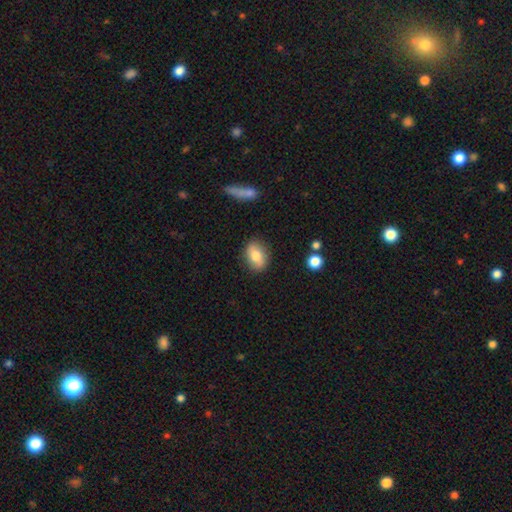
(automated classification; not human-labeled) Smooth or featured?
  - smooth: 74% *
  - featured or disk: 18%
  - star or artifact: 7%
How rounded?
  - in between: 78% *
  - round: 19%
  - cigar-shaped: 3%
Merging?
  - none: 84% *
  - minor disturbance: 12%
  - major disturbance: 3%
  - merger: 2%